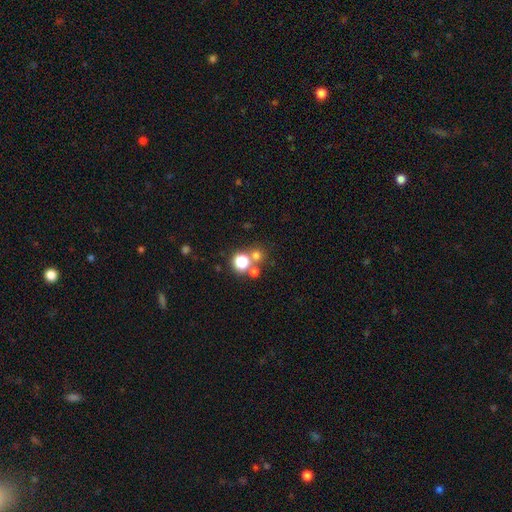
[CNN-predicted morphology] type=smooth (65%); roundness=round (90%); merging=none (61%).